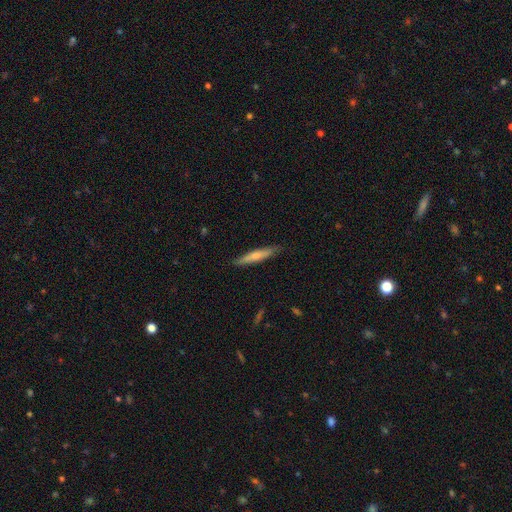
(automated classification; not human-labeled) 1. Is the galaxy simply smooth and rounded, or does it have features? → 58% smooth, 37% featured or disk, 6% star or artifact.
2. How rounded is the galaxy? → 92% cigar-shaped, 7% in between, 1% round.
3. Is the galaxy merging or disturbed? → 87% none, 10% minor disturbance, 2% major disturbance, 1% merger.